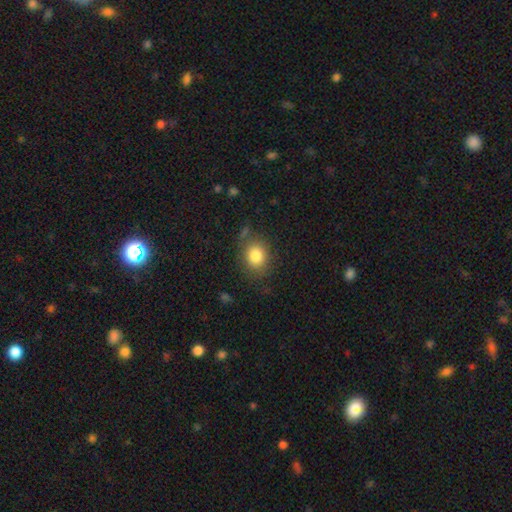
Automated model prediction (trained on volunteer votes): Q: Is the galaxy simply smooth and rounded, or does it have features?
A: smooth — 83%.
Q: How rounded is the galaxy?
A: round — 59%.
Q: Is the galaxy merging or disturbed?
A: none — 78%.